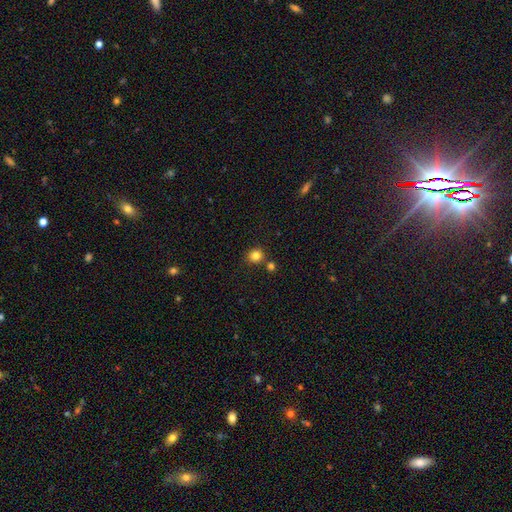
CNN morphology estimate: The model was most divided on "merging": none: 78%, merger: 11%, minor disturbance: 8%, major disturbance: 2%. More confident: how rounded — round (90%); smooth or featured — smooth (82%).